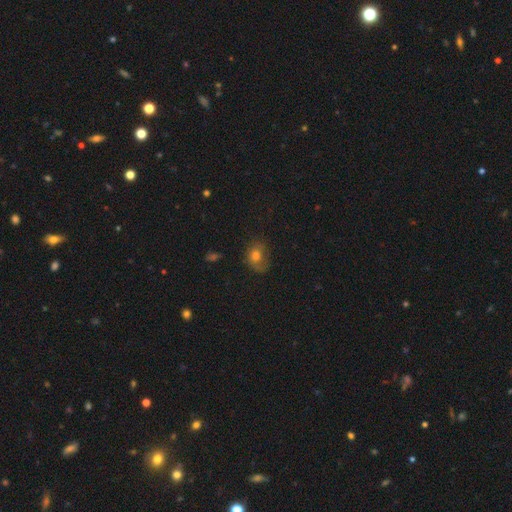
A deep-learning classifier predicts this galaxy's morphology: smooth_or_featured: smooth (p=0.67) [alt: featured or disk p=0.20]
how_rounded: in between (p=0.50) [alt: round p=0.49]
merging: none (p=0.54) [alt: minor disturbance p=0.29]